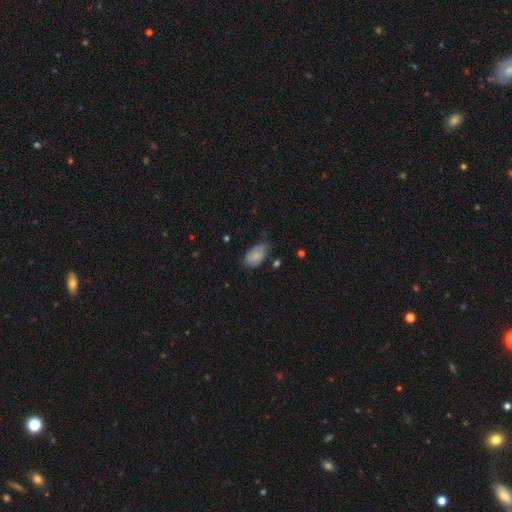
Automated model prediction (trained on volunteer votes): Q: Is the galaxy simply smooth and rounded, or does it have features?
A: smooth — 77%.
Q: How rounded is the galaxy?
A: in between — 91%.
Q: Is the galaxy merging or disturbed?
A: none — 49%.